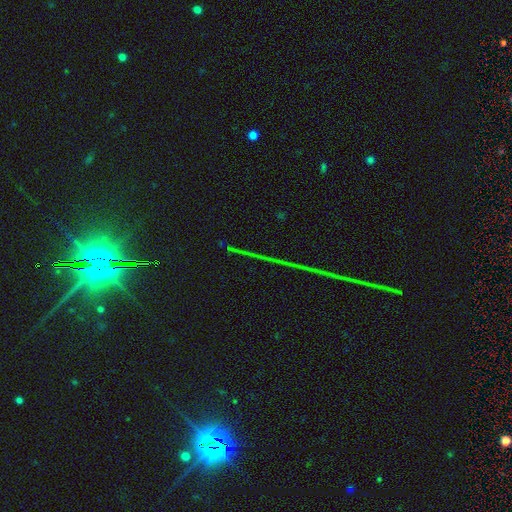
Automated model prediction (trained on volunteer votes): A star or artifact, not a galaxy (87%).